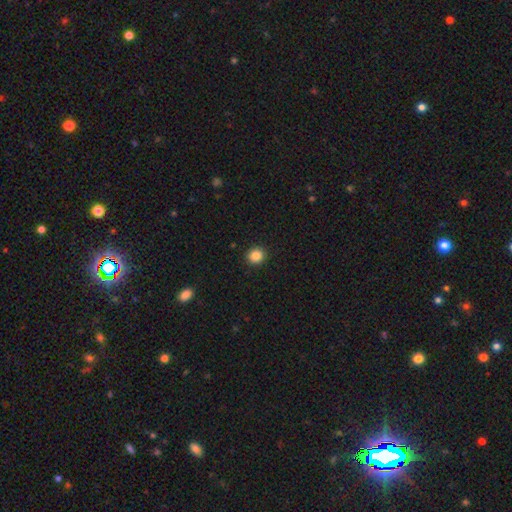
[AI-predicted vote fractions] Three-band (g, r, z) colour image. It shows a smooth galaxy with no disk features (86%) that is round (83%). Merging: none (92%).